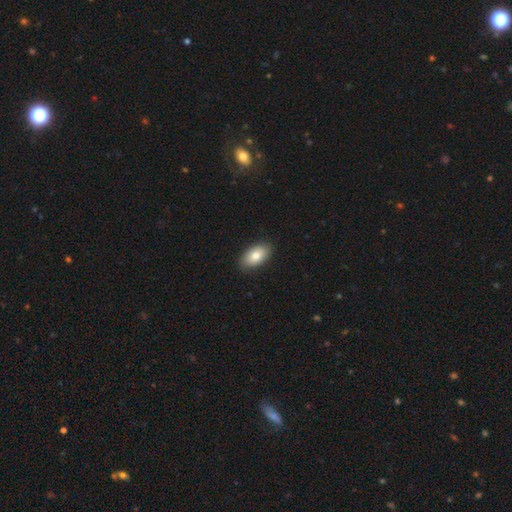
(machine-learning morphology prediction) This appears to be a smooth galaxy with no disk features (80%) that is in between round and cigar-shaped (93%). Merging: none (88%).